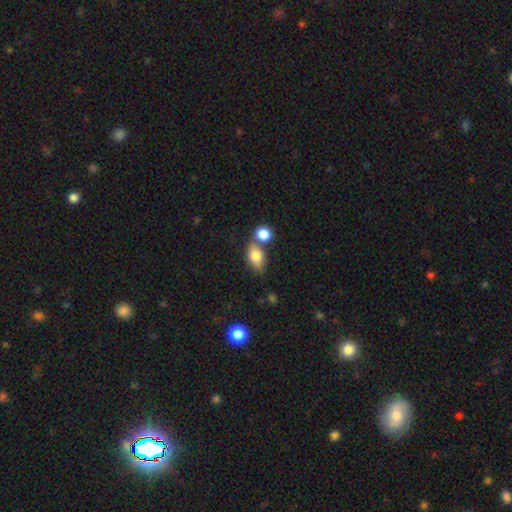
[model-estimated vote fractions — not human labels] Overall: smooth (78%). How rounded: in between (83%). Merging: none (48%; merger 35%).